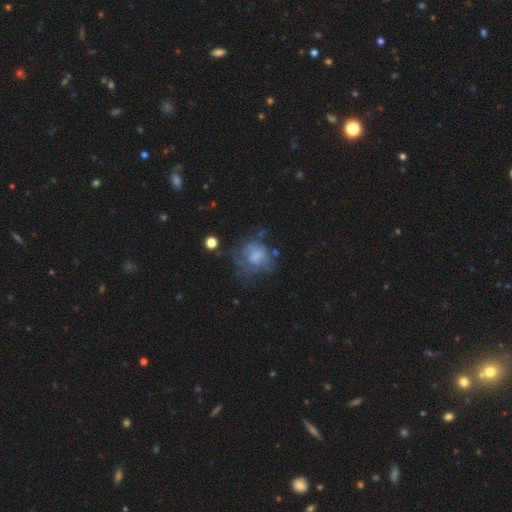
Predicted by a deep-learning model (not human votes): smooth_or_featured: featured or disk (p=0.46) [alt: smooth p=0.42]
merging: none (p=0.36) [alt: major disturbance p=0.35]